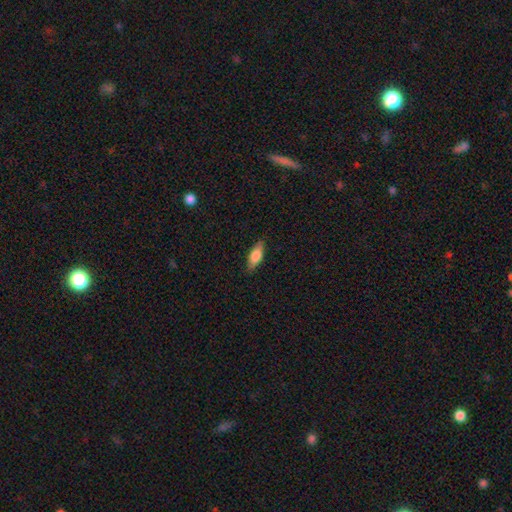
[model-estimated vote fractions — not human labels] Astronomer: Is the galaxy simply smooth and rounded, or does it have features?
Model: smooth — 71%.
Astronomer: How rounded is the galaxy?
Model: in between — 67%.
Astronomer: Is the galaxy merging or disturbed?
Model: none — 83%.